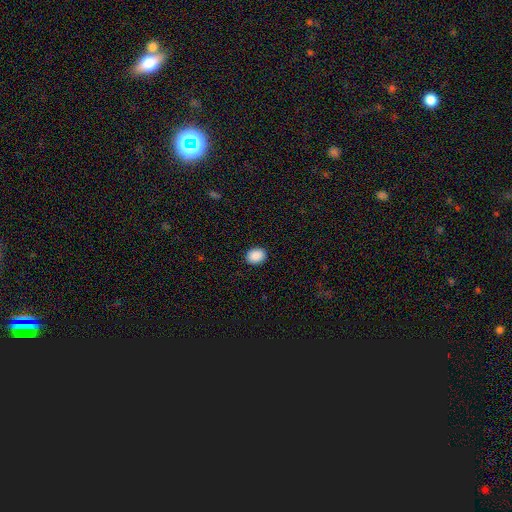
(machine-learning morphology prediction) smooth-or-featured: smooth: 90% | star or artifact: 8% | featured or disk: 2%
  how-rounded: in between: 51% | round: 49% | cigar-shaped: 1%
  merging: none: 91% | minor disturbance: 6% | major disturbance: 2% | merger: 1%